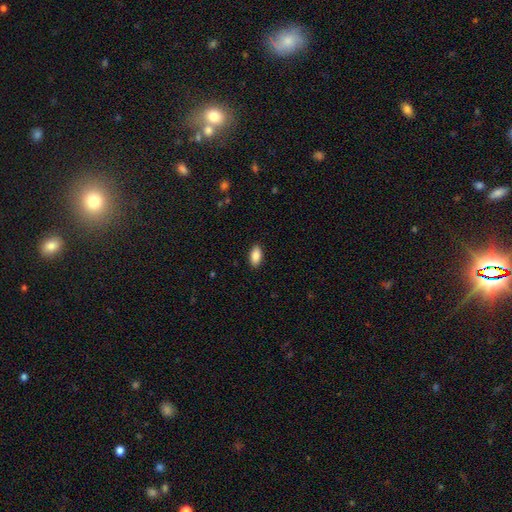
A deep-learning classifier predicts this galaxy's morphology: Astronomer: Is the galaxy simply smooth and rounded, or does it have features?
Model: smooth — 89%.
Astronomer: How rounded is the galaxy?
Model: in between — 93%.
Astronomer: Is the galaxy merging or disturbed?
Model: none — 89%.